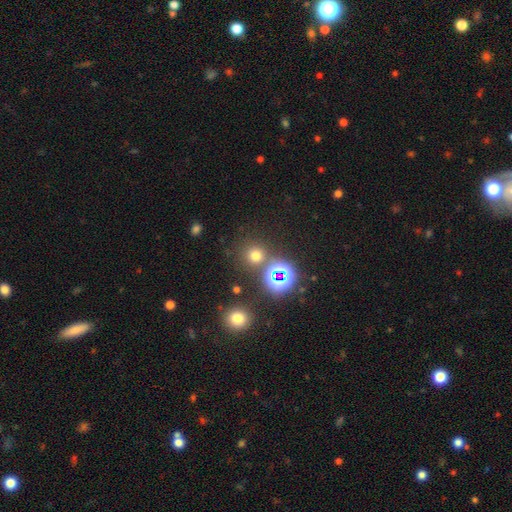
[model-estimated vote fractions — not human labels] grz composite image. It shows a smooth galaxy with no disk features (63%) that is round (91%). Merging: none (81%).